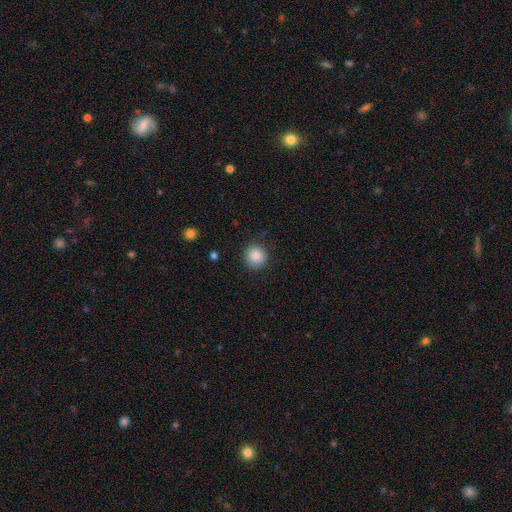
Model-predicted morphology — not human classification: Overall: smooth (85%). How rounded: round (92%). Merging: none (86%).